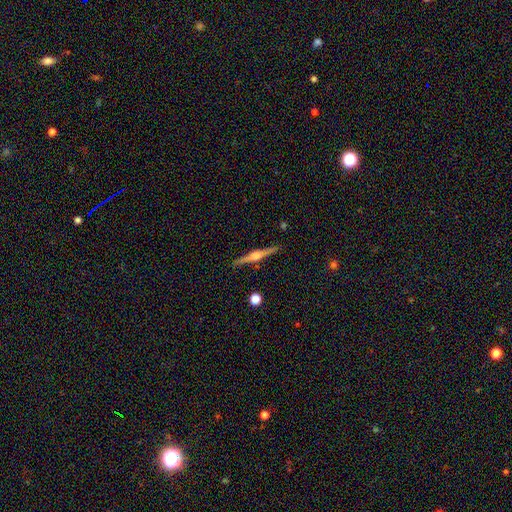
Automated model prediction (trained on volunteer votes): Smooth or featured: featured or disk — 78% (smooth — 16%)
Edge-on disk: yes — 98% (no — 2%)
Edge-on bulge: rounded — 87% (boxy — 10%)
Merging: none — 90% (minor disturbance — 7%)